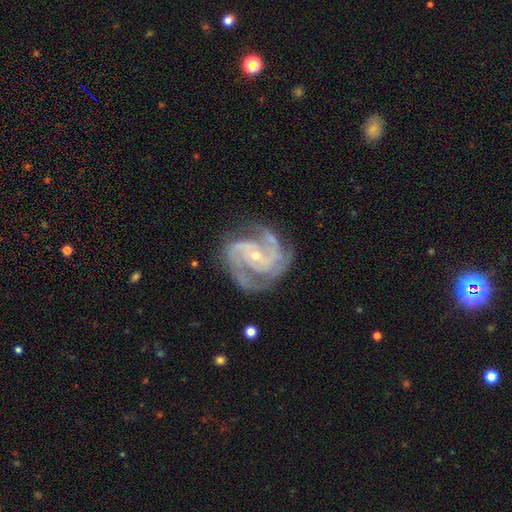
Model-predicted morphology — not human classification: A featured or disk galaxy (93%) with no bar (56%), 2 (41%) medium (49%) spiral arms (99%) and a small central bulge (75%).

Vote fractions:
- Smooth or featured? featured or disk: 93% / star or artifact: 5% / smooth: 3%
- Edge-on disk? no: 98% / yes: 2%
- Bar? no: 56% / weak: 30% / strong: 14%
- Spiral arms? yes: 99% / no: 1%
- Spiral winding? medium: 49% / tight: 45% / loose: 6%
- Spiral arm count? 2: 41% / 3: 40% / 4: 6% / can't tell: 6% / 1: 4% / more than 4: 4%
- Bulge size? small: 75% / moderate: 22% / none: 1% / large: 1% / dominant: 1%
- Merging? none: 73% / minor disturbance: 18% / major disturbance: 7% / merger: 2%